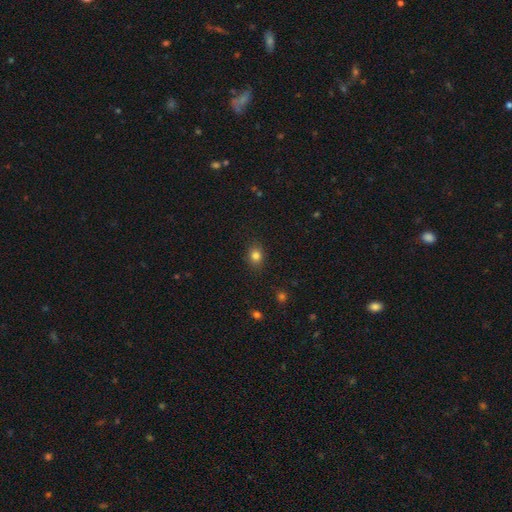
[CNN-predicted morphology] smooth 82%, star or artifact 12%, featured or disk 6%. Down the decision tree: how rounded — round (53%); merging — none (87%).